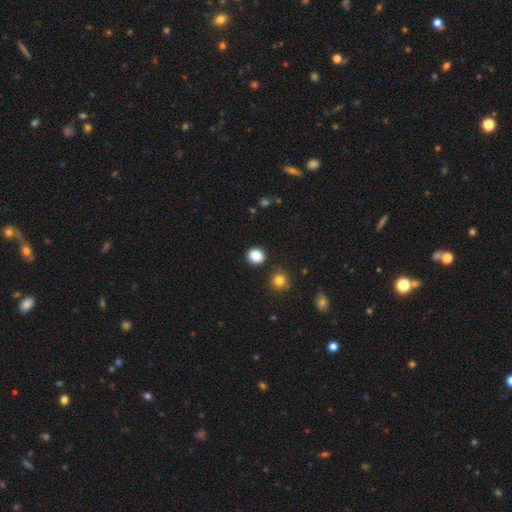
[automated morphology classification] Q: Smooth or featured?
A: smooth (86%); runner-up: star or artifact (10%)
Q: How rounded?
A: round (83%); runner-up: in between (16%)
Q: Merging?
A: none (90%); runner-up: minor disturbance (6%)